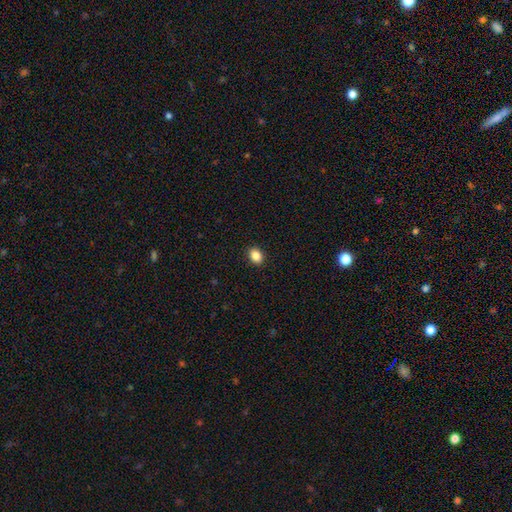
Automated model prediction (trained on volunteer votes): The model was most divided on "how rounded": in between: 64%, round: 35%, cigar-shaped: 1%. More confident: merging — none (92%); smooth or featured — smooth (87%).